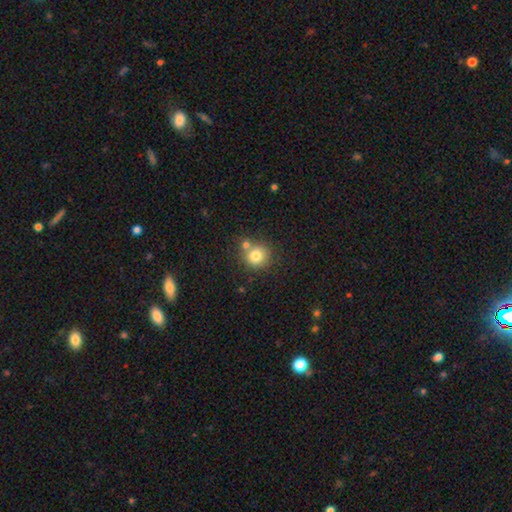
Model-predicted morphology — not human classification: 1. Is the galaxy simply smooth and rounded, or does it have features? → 79% smooth, 11% star or artifact, 10% featured or disk.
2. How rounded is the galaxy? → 87% round, 12% in between, 1% cigar-shaped.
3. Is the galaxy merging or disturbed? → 63% none, 24% merger, 10% minor disturbance, 3% major disturbance.